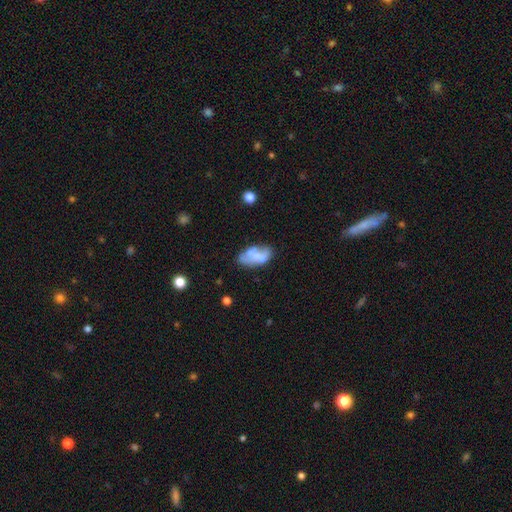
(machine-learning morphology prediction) A smooth galaxy with no disk features (51%) that is in between round and cigar-shaped (92%).

Vote fractions:
- Smooth or featured? smooth: 51% / featured or disk: 40% / star or artifact: 9%
- How rounded? in between: 92% / round: 4% / cigar-shaped: 4%
- Merging? none: 42% / minor disturbance: 25% / merger: 18% / major disturbance: 16%